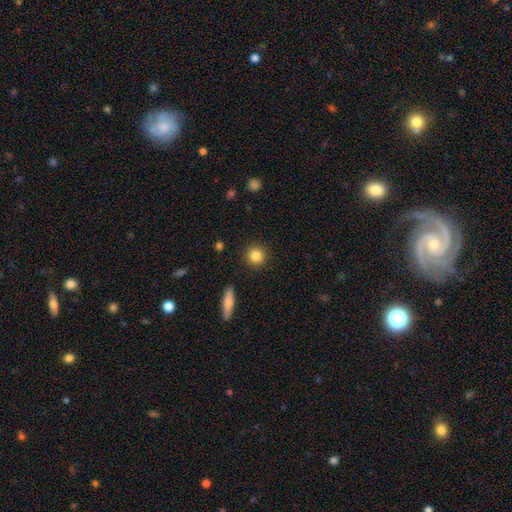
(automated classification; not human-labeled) Overall: smooth (85%). How rounded: round (93%). Merging: none (91%).